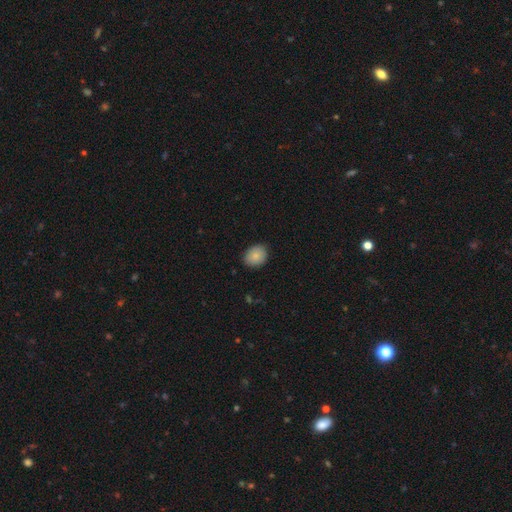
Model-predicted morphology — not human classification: This appears to be a smooth galaxy with no disk features (86%) that is in between round and cigar-shaped (57%). Merging: none (85%).